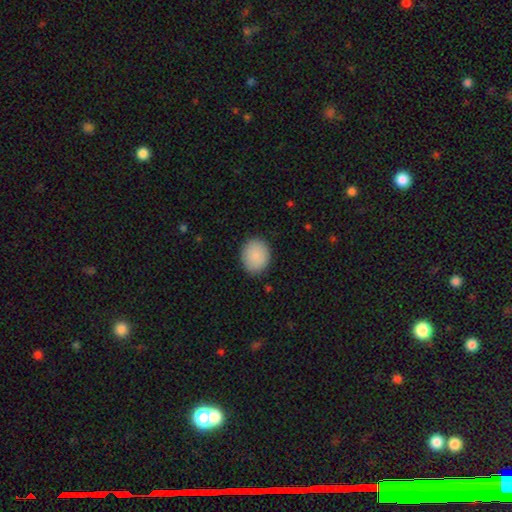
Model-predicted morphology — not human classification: Smooth or featured: smooth — 89% (star or artifact — 7%)
How rounded: round — 61% (in between — 38%)
Merging: none — 87% (minor disturbance — 10%)